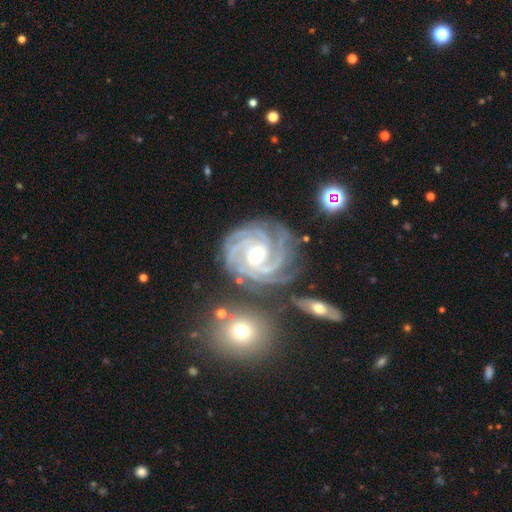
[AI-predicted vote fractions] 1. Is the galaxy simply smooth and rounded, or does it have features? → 91% featured or disk, 5% star or artifact, 3% smooth.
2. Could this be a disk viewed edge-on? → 98% no, 2% yes.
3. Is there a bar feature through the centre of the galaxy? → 44% no, 39% weak, 17% strong.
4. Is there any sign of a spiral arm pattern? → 99% yes, 1% no.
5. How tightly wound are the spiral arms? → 75% tight, 22% medium, 3% loose.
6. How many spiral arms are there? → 39% 4, 28% 3, 10% can't tell, 9% more than 4, 8% 2, 6% 1.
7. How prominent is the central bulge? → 54% moderate, 42% small, 2% large, 1% none, 1% dominant.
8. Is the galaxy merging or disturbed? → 72% none, 17% minor disturbance, 6% major disturbance, 5% merger.